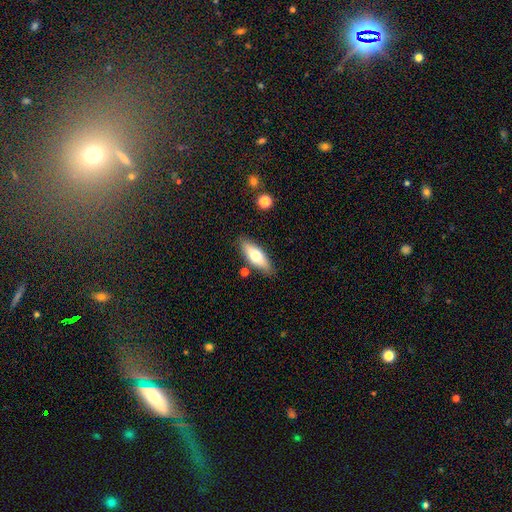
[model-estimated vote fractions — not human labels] A smooth galaxy with no disk features (66%) that is in between round and cigar-shaped (64%). Merging: none (83%).